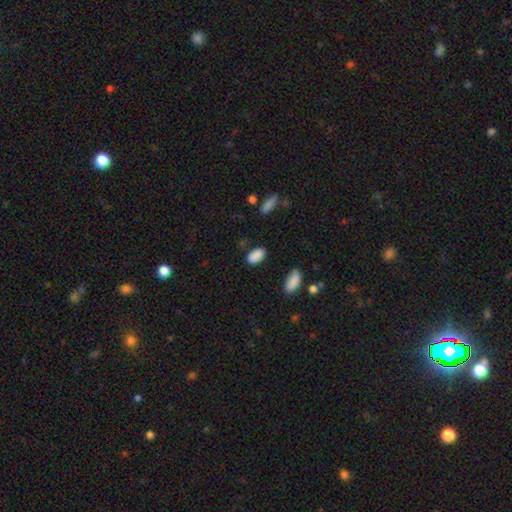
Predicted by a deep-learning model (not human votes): A smooth galaxy with no disk features (89%) that is in between round and cigar-shaped (94%).

Vote fractions:
- Smooth or featured? smooth: 89% / star or artifact: 8% / featured or disk: 3%
- How rounded? in between: 94% / round: 4% / cigar-shaped: 2%
- Merging? none: 83% / minor disturbance: 12% / major disturbance: 3% / merger: 2%